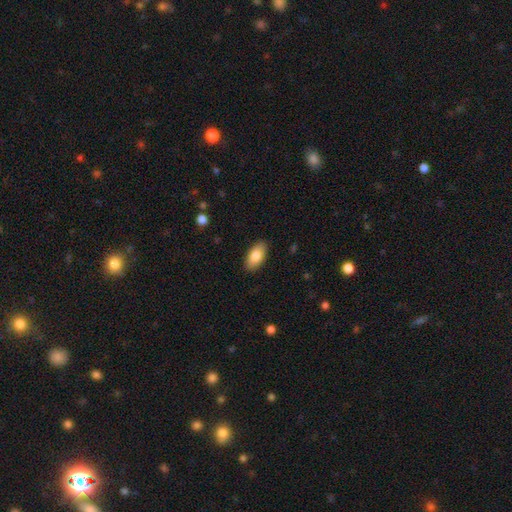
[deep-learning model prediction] Smooth or featured? smooth (83%)
How rounded? in between (91%)
Merging? none (89%)